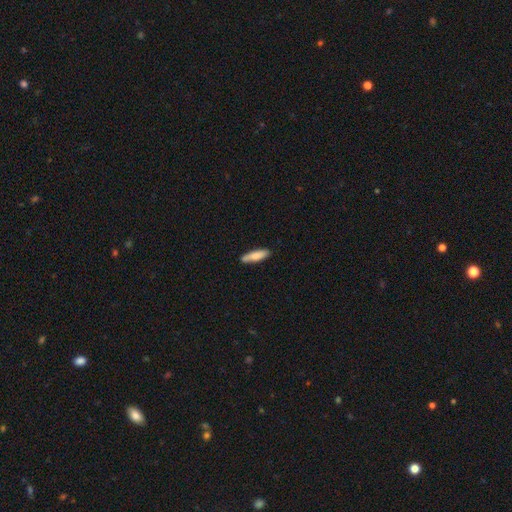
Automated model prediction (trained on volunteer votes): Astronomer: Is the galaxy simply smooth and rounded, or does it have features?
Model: smooth — 82%.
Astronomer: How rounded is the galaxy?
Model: cigar-shaped — 68%.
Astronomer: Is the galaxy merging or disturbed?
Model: none — 81%.